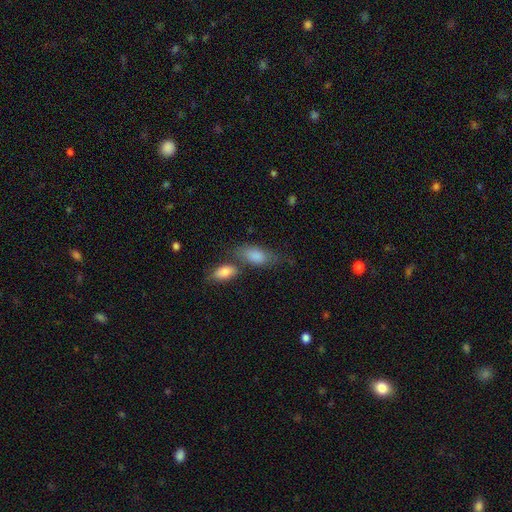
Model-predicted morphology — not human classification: This appears to be a smooth galaxy with no disk features (84%) that is in between round and cigar-shaped (88%). Merging: none (47%).